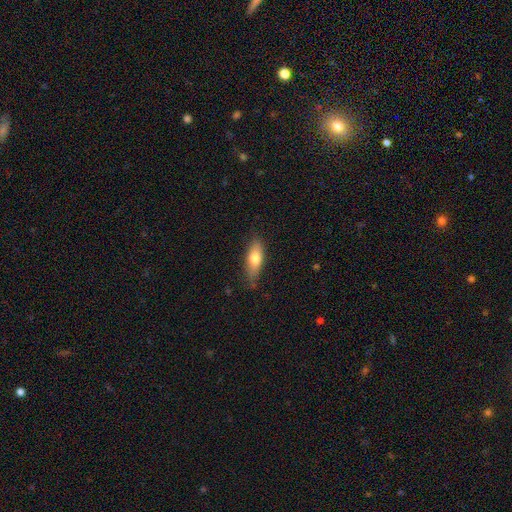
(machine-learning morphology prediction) Overall: smooth (67%). How rounded: in between (58%; cigar-shaped 39%). Merging: none (78%).